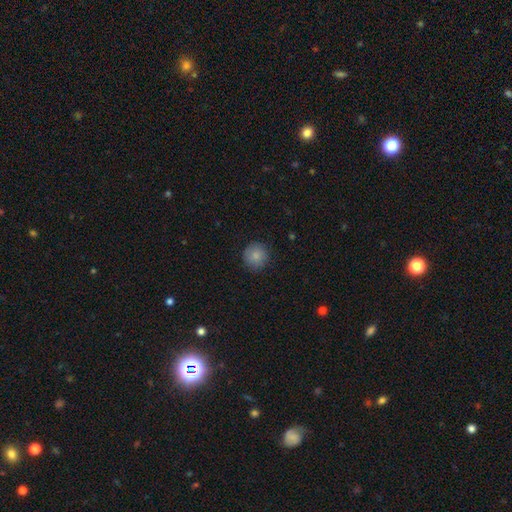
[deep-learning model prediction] smooth-or-featured: smooth: 86% | star or artifact: 9% | featured or disk: 6%
  how-rounded: round: 94% | in between: 5% | cigar-shaped: 1%
  merging: none: 88% | minor disturbance: 9% | major disturbance: 2% | merger: 1%